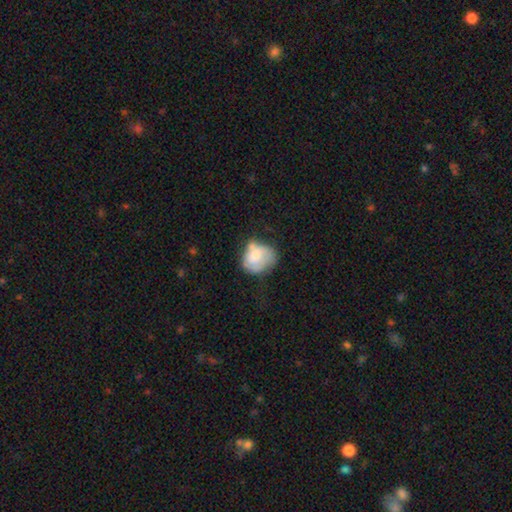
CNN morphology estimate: Q: Smooth or featured?
A: smooth (63%); runner-up: featured or disk (29%)
Q: How rounded?
A: round (54%); runner-up: in between (45%)
Q: Merging?
A: none (37%); runner-up: minor disturbance (32%)